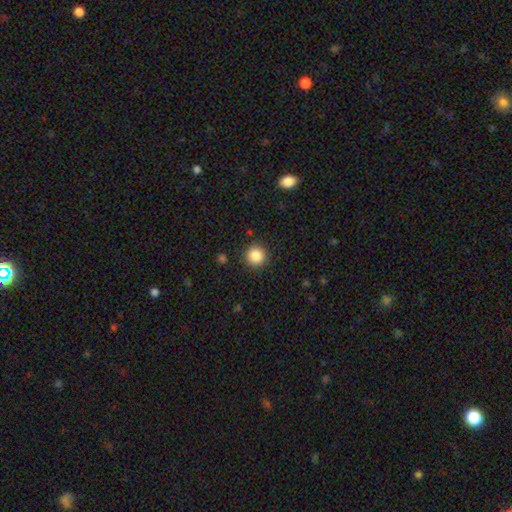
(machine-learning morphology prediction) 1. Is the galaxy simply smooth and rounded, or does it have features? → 86% smooth, 10% star or artifact, 4% featured or disk.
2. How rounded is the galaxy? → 94% round, 5% in between, 1% cigar-shaped.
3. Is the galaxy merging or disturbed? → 90% none, 6% minor disturbance, 2% major disturbance, 1% merger.